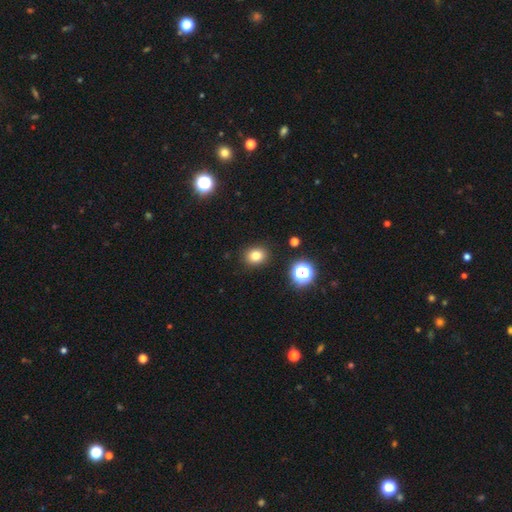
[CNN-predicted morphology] smooth_or_featured: smooth (p=0.80) [alt: star or artifact p=0.14]
how_rounded: round (p=0.58) [alt: in between p=0.41]
merging: none (p=0.89) [alt: minor disturbance p=0.07]